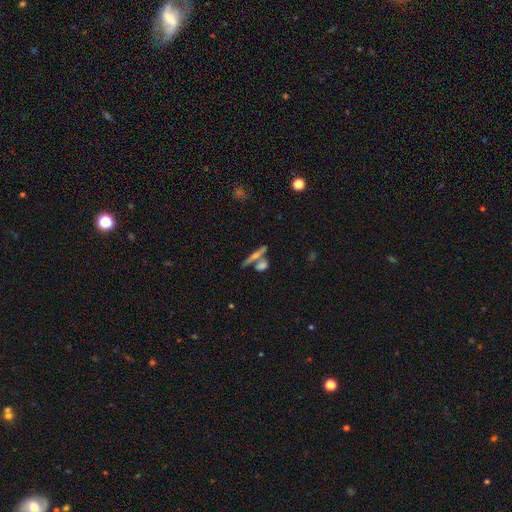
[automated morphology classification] Smooth or featured? featured or disk (46%)
Merging? none (54%)